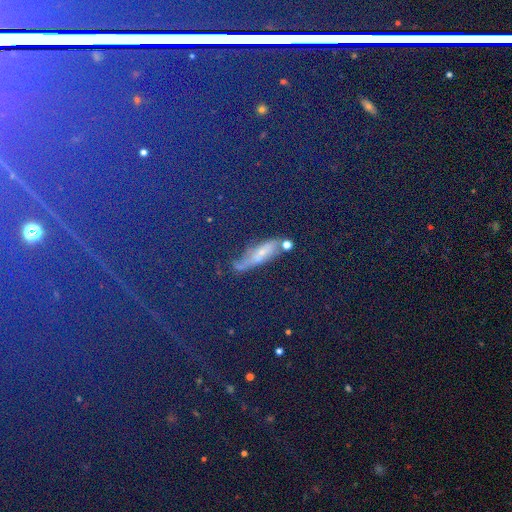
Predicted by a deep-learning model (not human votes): The model was most divided on "smooth or featured": star or artifact: 54%, smooth: 27%, featured or disk: 19%.